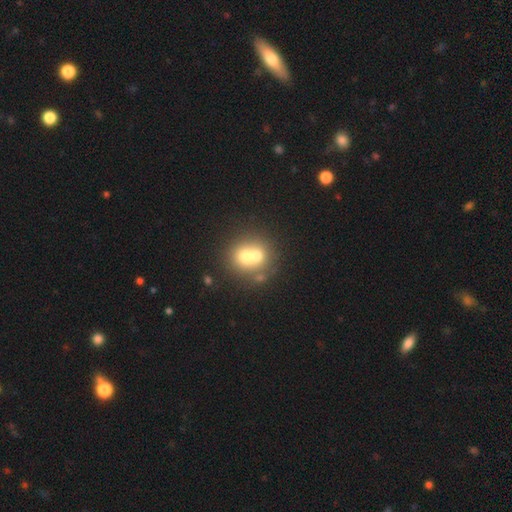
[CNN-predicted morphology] smooth 64%, featured or disk 24%, star or artifact 12%. Down the decision tree: how rounded — round (82%); merging — merger (63%).